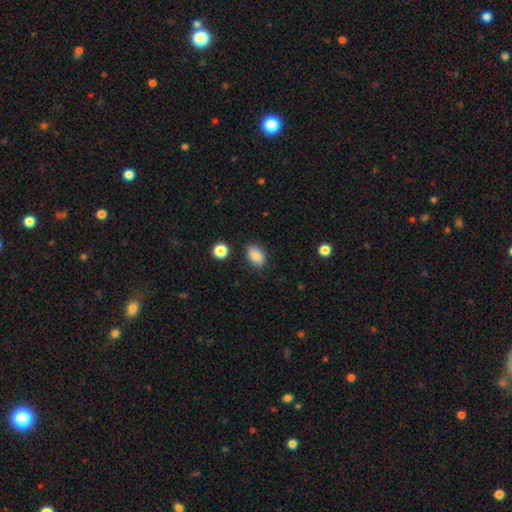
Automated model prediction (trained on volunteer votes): smooth_or_featured: smooth (p=0.86) [alt: star or artifact p=0.08]
how_rounded: in between (p=0.84) [alt: round p=0.14]
merging: none (p=0.83) [alt: minor disturbance p=0.12]